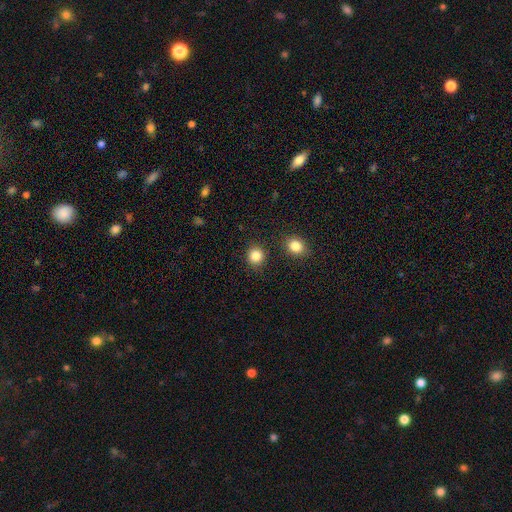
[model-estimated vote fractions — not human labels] The model was most divided on "smooth or featured": smooth: 85%, star or artifact: 11%, featured or disk: 4%. More confident: how rounded — round (88%); merging — none (86%).